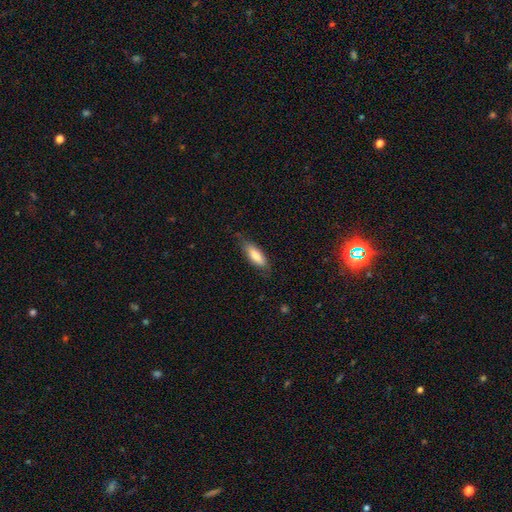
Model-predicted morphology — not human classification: Overall: smooth (80%). How rounded: in between (58%; cigar-shaped 40%). Merging: none (75%).